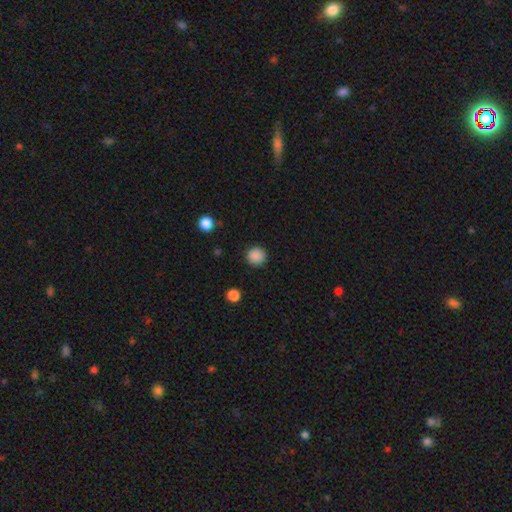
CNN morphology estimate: Smooth or featured? Predicted: smooth (p=0.88). How rounded? Predicted: round (p=0.94). Merging? Predicted: none (p=0.91).